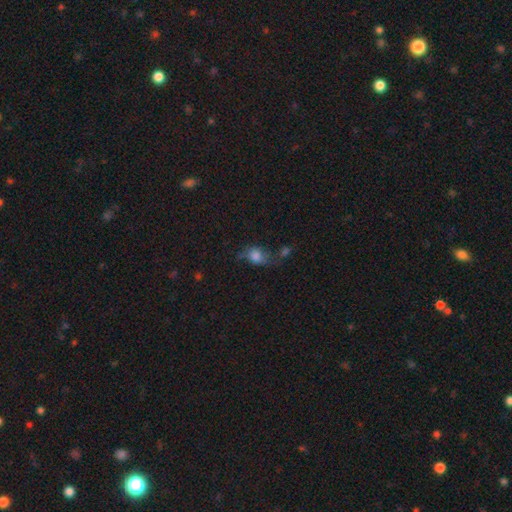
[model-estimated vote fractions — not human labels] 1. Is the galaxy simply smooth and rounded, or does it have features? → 67% smooth, 20% featured or disk, 13% star or artifact.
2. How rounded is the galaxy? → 59% in between, 38% round, 3% cigar-shaped.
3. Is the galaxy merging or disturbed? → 35% none, 26% minor disturbance, 24% major disturbance, 15% merger.